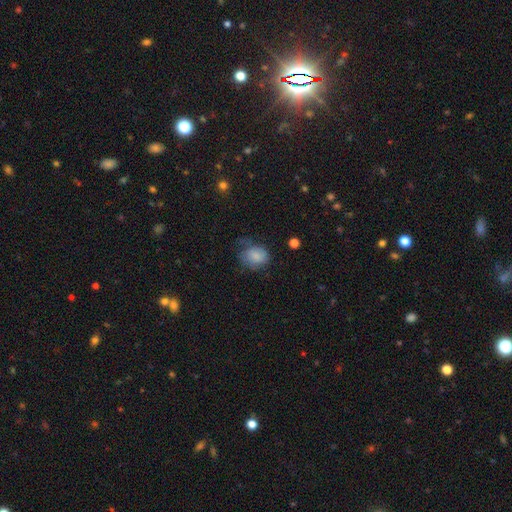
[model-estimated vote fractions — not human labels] Smooth or featured?
  - smooth: 79% *
  - featured or disk: 13%
  - star or artifact: 9%
How rounded?
  - in between: 50% *
  - round: 49%
  - cigar-shaped: 1%
Merging?
  - none: 47% *
  - minor disturbance: 32%
  - major disturbance: 19%
  - merger: 2%